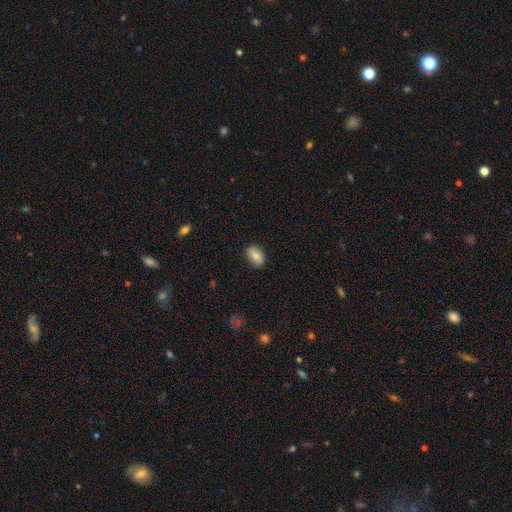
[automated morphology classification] This is likely a smooth galaxy (72%). How rounded: clearly in between (86%). Merging: clearly none (84%).